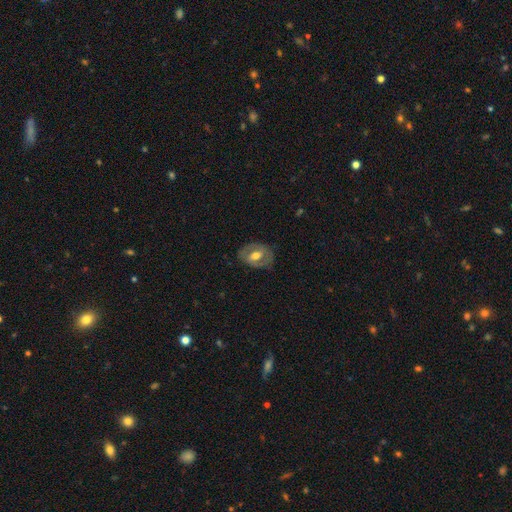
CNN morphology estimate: smooth-or-featured: featured or disk: 57% | smooth: 37% | star or artifact: 6%
  disk-edge-on: no: 93% | yes: 7%
    bar: weak: 39% | no: 36% | strong: 25%
    has-spiral-arms: no: 63% | yes: 37%
    bulge-size: moderate: 71% | large: 14% | small: 12% | none: 1% | dominant: 1%
  merging: none: 76% | minor disturbance: 16% | major disturbance: 6% | merger: 1%